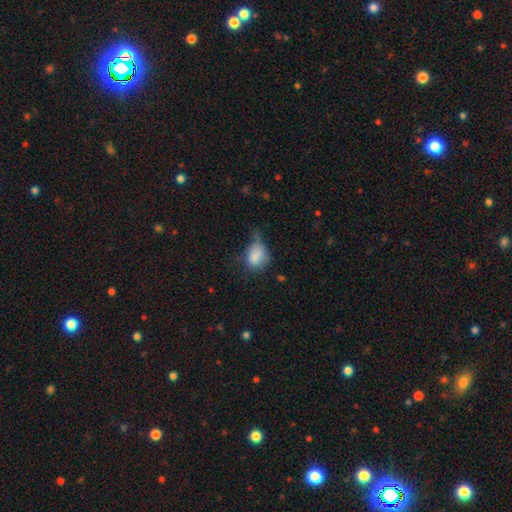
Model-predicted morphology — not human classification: Overall: smooth (78%). How rounded: in between (61%; round 37%). Merging: minor disturbance (39%; major disturbance 29%).